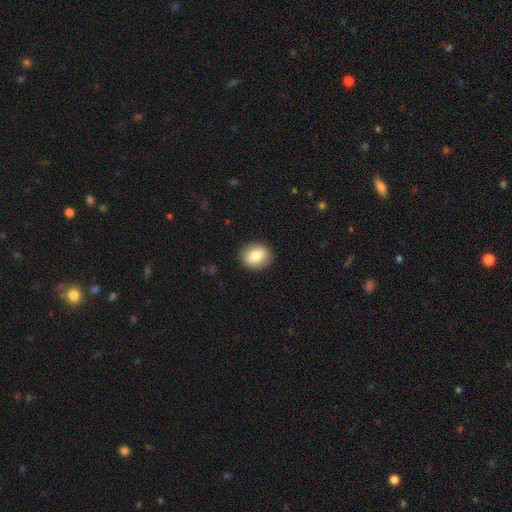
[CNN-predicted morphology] Smooth or featured: smooth — 78% (featured or disk — 14%)
How rounded: round — 65% (in between — 34%)
Merging: none — 89% (minor disturbance — 8%)